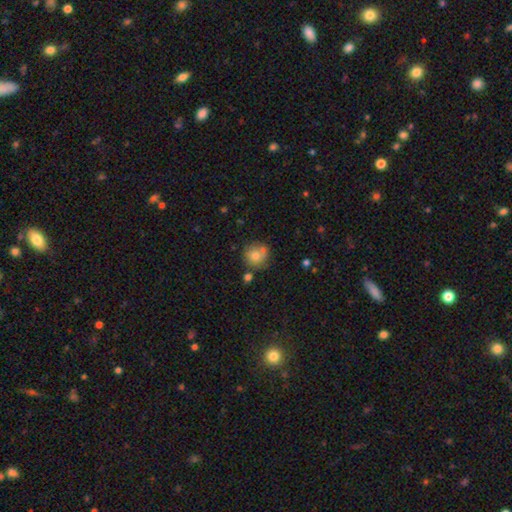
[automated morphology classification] Smooth or featured?
  - smooth: 71% *
  - featured or disk: 17%
  - star or artifact: 12%
How rounded?
  - round: 85% *
  - in between: 14%
  - cigar-shaped: 1%
Merging?
  - none: 63% *
  - minor disturbance: 18%
  - merger: 14%
  - major disturbance: 5%